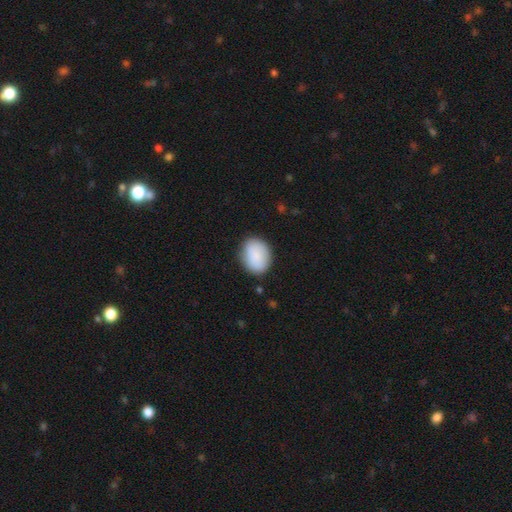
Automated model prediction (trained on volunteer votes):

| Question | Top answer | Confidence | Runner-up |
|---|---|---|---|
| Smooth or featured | smooth | 87% | featured or disk (7%) |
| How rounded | in between | 61% | round (38%) |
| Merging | none | 80% | minor disturbance (15%) |